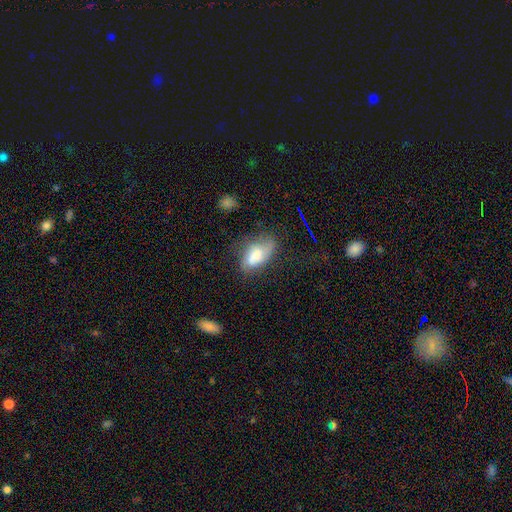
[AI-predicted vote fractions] Q: Smooth or featured?
A: smooth (52%); runner-up: featured or disk (38%)
Q: How rounded?
A: in between (89%); runner-up: round (6%)
Q: Merging?
A: none (50%); runner-up: minor disturbance (30%)